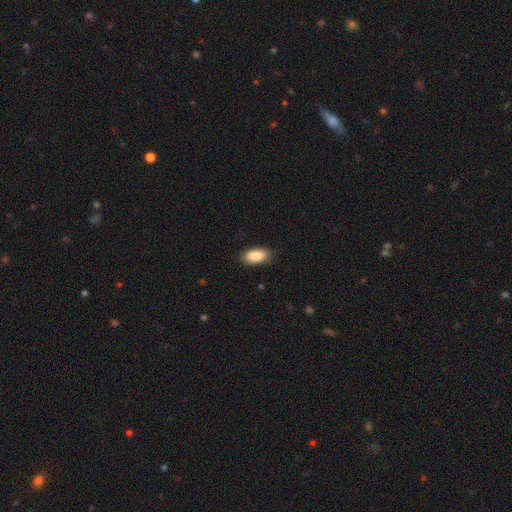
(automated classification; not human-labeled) A smooth galaxy with no disk features (90%) that is in between round and cigar-shaped (92%).

Vote fractions:
- Smooth or featured? smooth: 90% / star or artifact: 6% / featured or disk: 4%
- How rounded? in between: 92% / cigar-shaped: 6% / round: 3%
- Merging? none: 83% / minor disturbance: 13% / major disturbance: 3% / merger: 1%